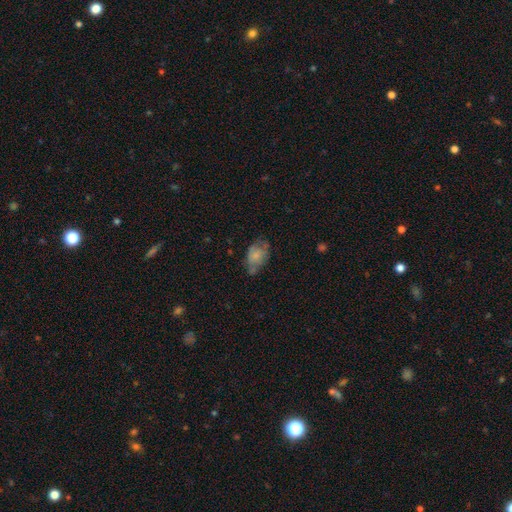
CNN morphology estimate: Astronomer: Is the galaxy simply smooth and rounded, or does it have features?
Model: smooth — 66%.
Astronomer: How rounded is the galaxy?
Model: in between — 88%.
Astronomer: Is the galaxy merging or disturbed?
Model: none — 49% (runner-up: minor disturbance, 32%).